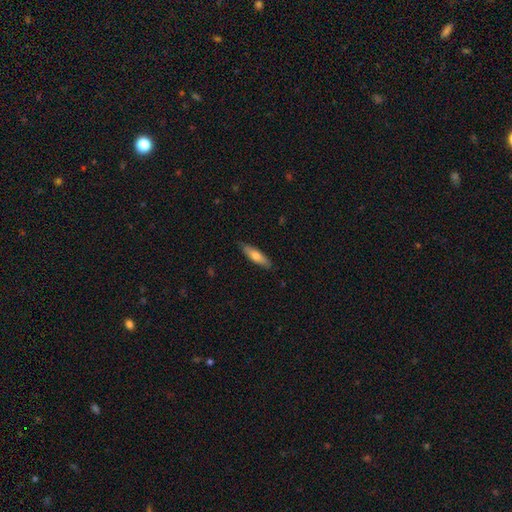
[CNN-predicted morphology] Overall: smooth (68%). How rounded: cigar-shaped (60%; in between 38%). Merging: none (85%).